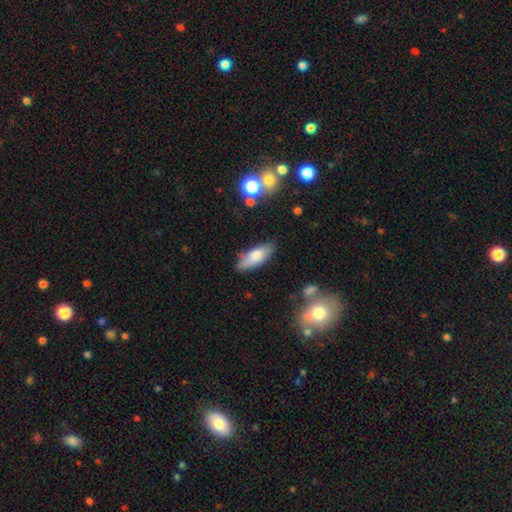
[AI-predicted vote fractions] Smooth or featured? smooth (74%)
How rounded? in between (75%)
Merging? none (76%)